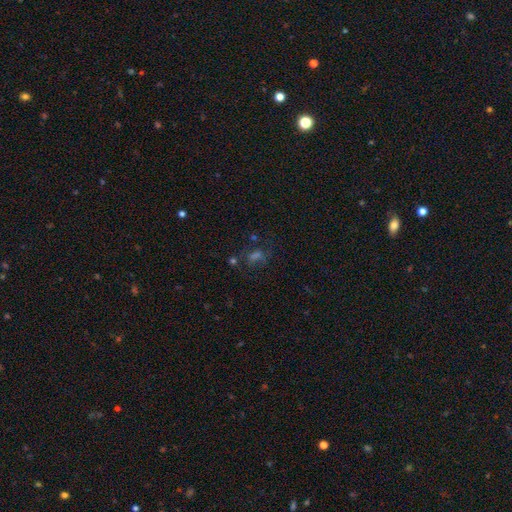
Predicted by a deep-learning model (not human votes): A star or artifact, not a galaxy (42%).

Vote fractions:
- Smooth or featured? star or artifact: 42% / smooth: 34% / featured or disk: 24%